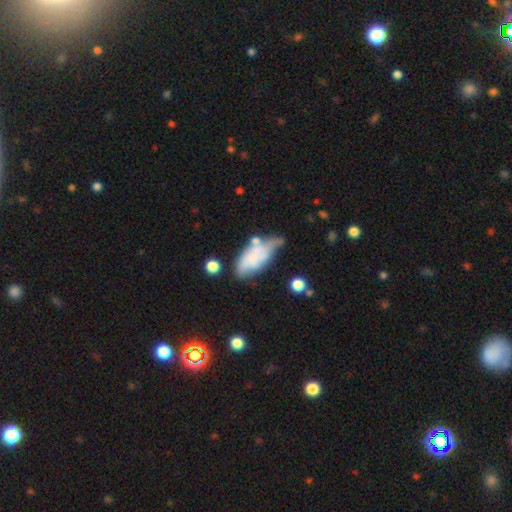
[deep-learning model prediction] The model was most divided on "merging": none: 34%, minor disturbance: 32%, major disturbance: 19%, merger: 15%. More confident: how rounded — in between (85%); smooth or featured — smooth (52%).